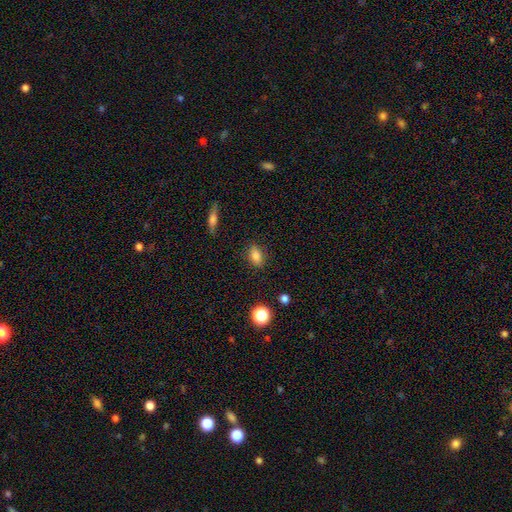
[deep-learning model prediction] Smooth or featured?
  - smooth: 83% *
  - star or artifact: 10%
  - featured or disk: 7%
How rounded?
  - in between: 81% *
  - round: 14%
  - cigar-shaped: 5%
Merging?
  - none: 85% *
  - minor disturbance: 10%
  - major disturbance: 3%
  - merger: 2%